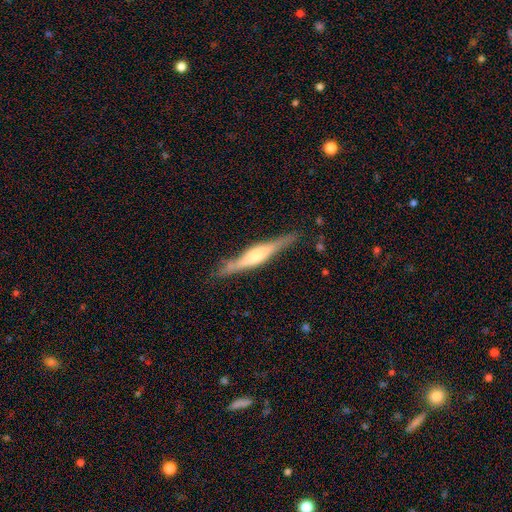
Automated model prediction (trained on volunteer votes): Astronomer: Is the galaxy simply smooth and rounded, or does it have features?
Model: featured or disk — 76%.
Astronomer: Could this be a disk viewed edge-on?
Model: yes — 97%.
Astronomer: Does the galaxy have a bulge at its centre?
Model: rounded — 73%.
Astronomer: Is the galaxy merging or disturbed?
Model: none — 84%.